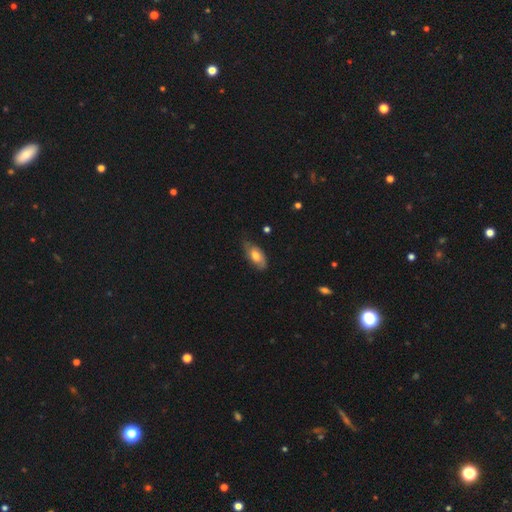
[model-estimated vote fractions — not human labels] smooth 58%, featured or disk 36%, star or artifact 7%. Down the decision tree: how rounded — in between (89%); merging — none (65%).